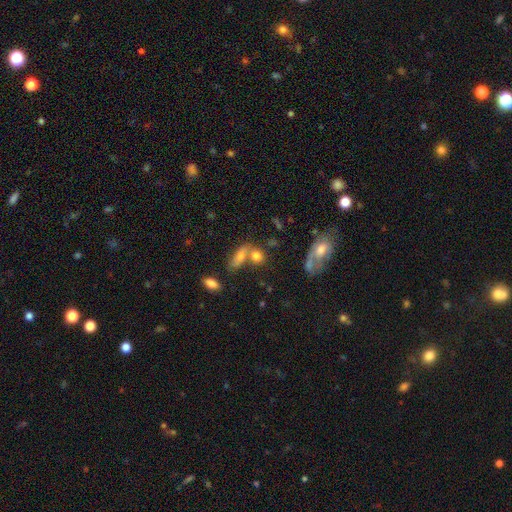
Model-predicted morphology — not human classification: Smooth or featured? smooth (73%)
How rounded? in between (56%)
Merging? none (43%)